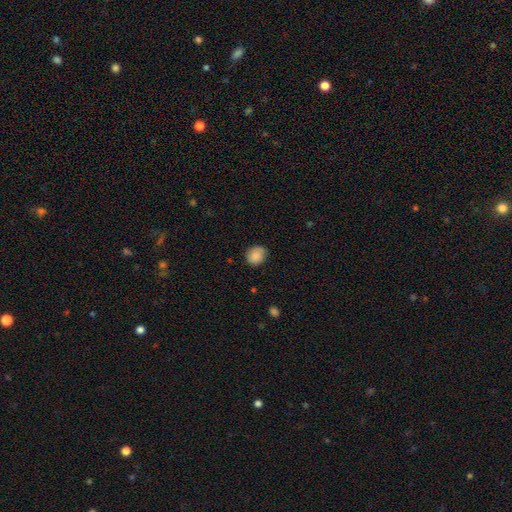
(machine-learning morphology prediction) A smooth galaxy with no disk features (86%) that is round (65%).

Vote fractions:
- Smooth or featured? smooth: 86% / star or artifact: 8% / featured or disk: 6%
- How rounded? round: 65% / in between: 34% / cigar-shaped: 1%
- Merging? none: 79% / minor disturbance: 17% / major disturbance: 3% / merger: 1%